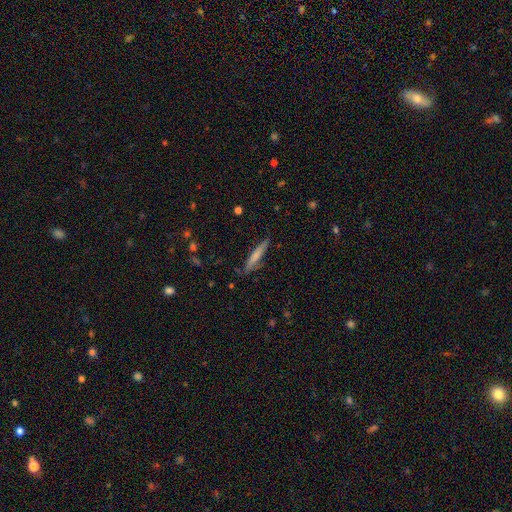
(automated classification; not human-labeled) This is likely a smooth galaxy (67%). How rounded: clearly cigar-shaped (91%). Merging: likely none (80%).